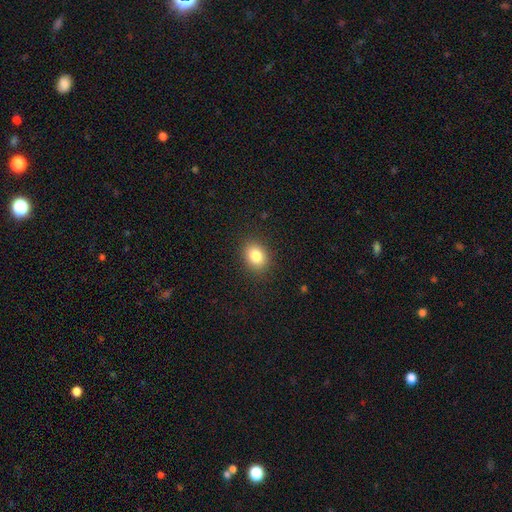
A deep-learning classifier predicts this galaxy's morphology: smooth-or-featured: smooth: 83% | star or artifact: 10% | featured or disk: 7%
  how-rounded: in between: 55% | round: 44% | cigar-shaped: 1%
  merging: none: 88% | minor disturbance: 8% | major disturbance: 3% | merger: 1%